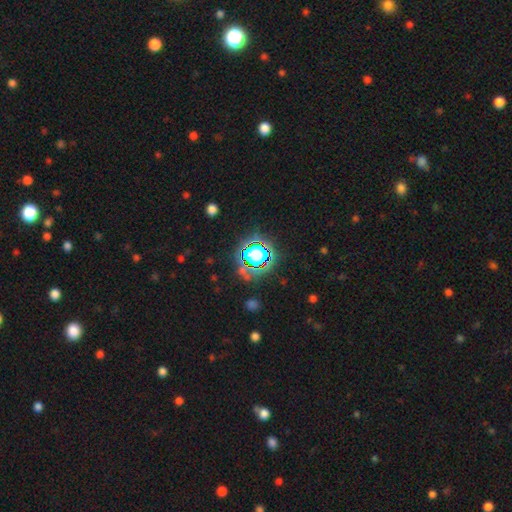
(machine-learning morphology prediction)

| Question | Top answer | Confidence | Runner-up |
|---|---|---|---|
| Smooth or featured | star or artifact | 77% | smooth (15%) |